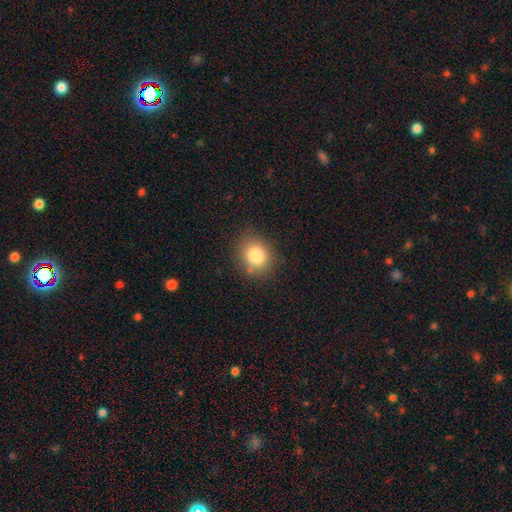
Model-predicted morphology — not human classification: Q: Smooth or featured?
A: smooth (82%); runner-up: star or artifact (11%)
Q: How rounded?
A: round (70%); runner-up: in between (29%)
Q: Merging?
A: none (82%); runner-up: minor disturbance (13%)